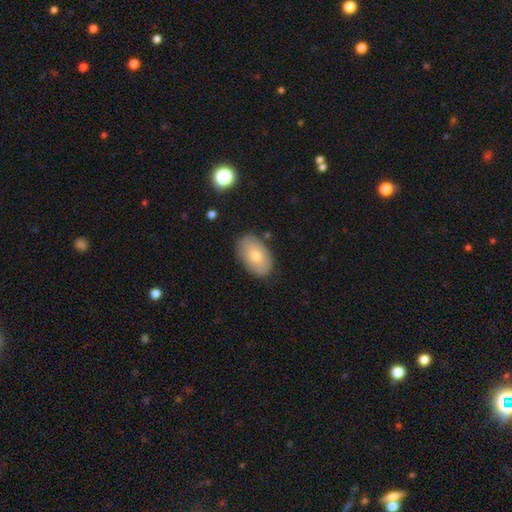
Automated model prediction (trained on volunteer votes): The model was most divided on "smooth or featured": smooth: 70%, featured or disk: 22%, star or artifact: 8%. More confident: how rounded — in between (91%); merging — none (84%).